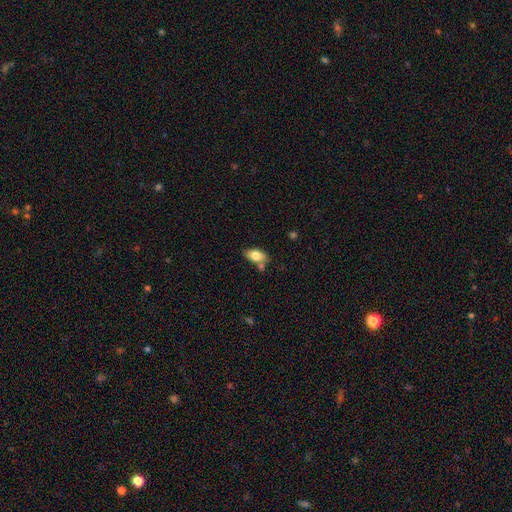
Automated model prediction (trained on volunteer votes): Smooth or featured: smooth — 77% (featured or disk — 16%)
How rounded: in between — 90% (round — 6%)
Merging: none — 63% (merger — 17%)